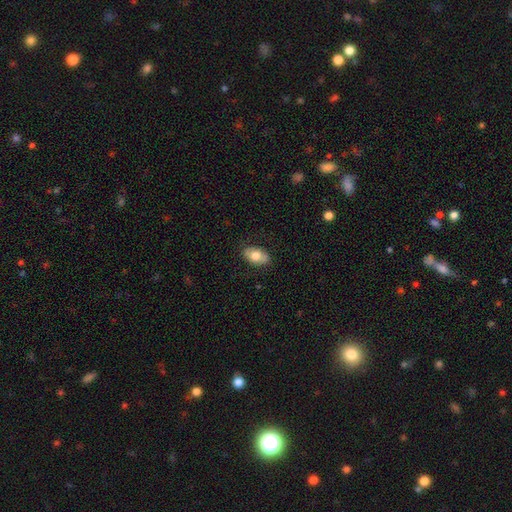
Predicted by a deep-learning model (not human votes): Smooth or featured?
  - smooth: 71% *
  - featured or disk: 22%
  - star or artifact: 7%
How rounded?
  - in between: 91% *
  - round: 7%
  - cigar-shaped: 2%
Merging?
  - none: 82% *
  - minor disturbance: 14%
  - major disturbance: 3%
  - merger: 1%